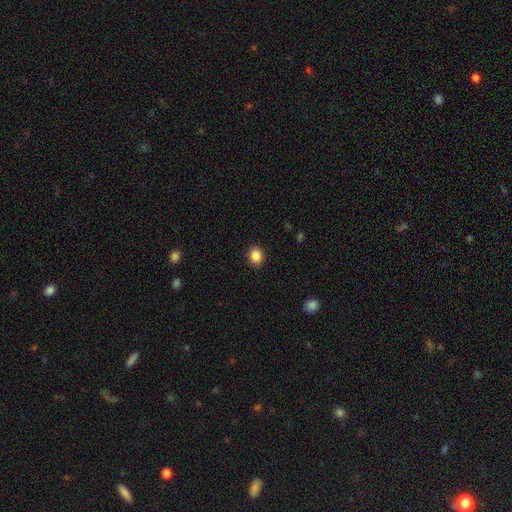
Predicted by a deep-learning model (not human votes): A smooth galaxy with no disk features (86%) that is round (72%).

Vote fractions:
- Smooth or featured? smooth: 86% / star or artifact: 10% / featured or disk: 4%
- How rounded? round: 72% / in between: 27% / cigar-shaped: 1%
- Merging? none: 91% / minor disturbance: 6% / major disturbance: 2% / merger: 1%